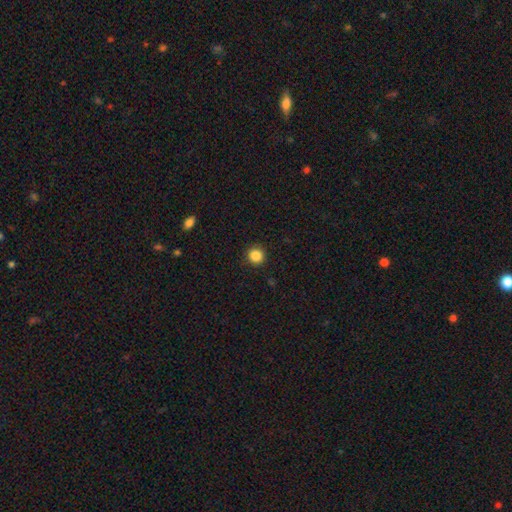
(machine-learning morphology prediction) type=smooth (86%); roundness=round (94%); merging=none (92%).